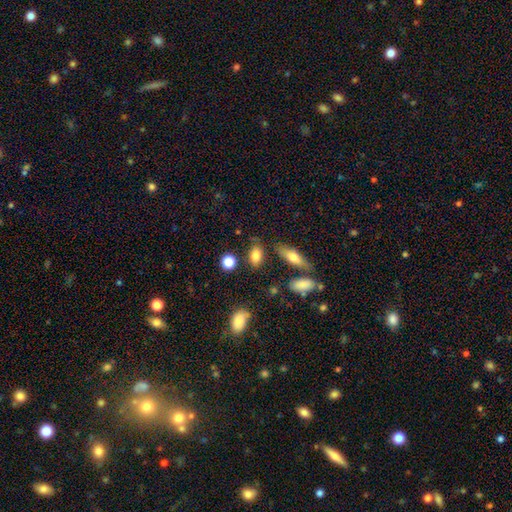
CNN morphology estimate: Q: Smooth or featured?
A: smooth (82%); runner-up: featured or disk (9%)
Q: How rounded?
A: in between (83%); runner-up: round (13%)
Q: Merging?
A: none (77%); runner-up: minor disturbance (14%)